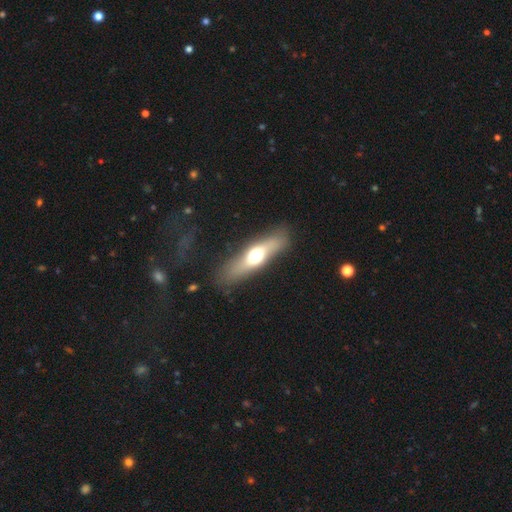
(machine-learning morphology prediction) This is possibly a smooth galaxy (47%, tied with featured or disk). Merging: clearly none (83%).